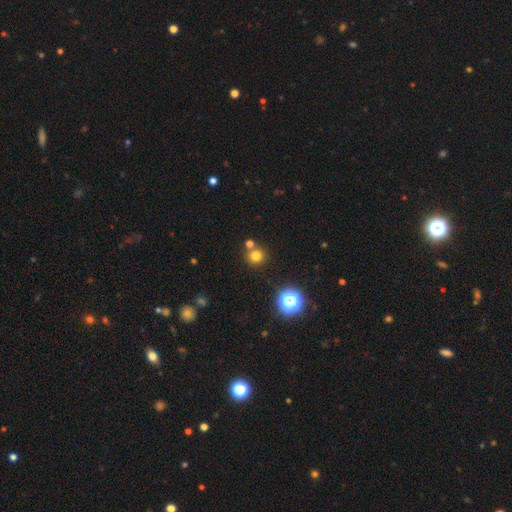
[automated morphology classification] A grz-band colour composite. It shows a smooth galaxy with no disk features (74%) that is round (93%). Merging: none (70%).